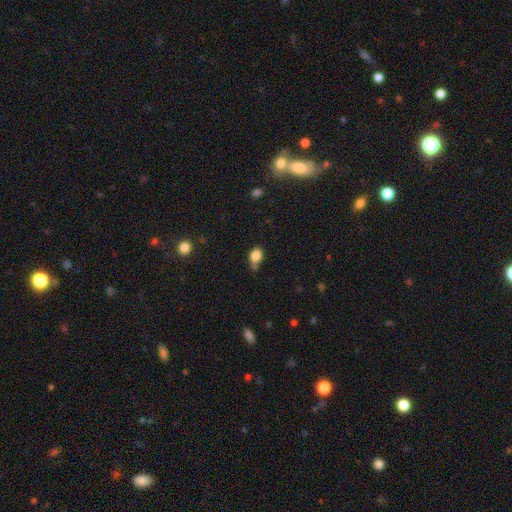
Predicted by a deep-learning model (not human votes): The model was most divided on "merging": none: 53%, minor disturbance: 26%, merger: 14%, major disturbance: 7%. More confident: smooth or featured — smooth (83%); how rounded — in between (65%).